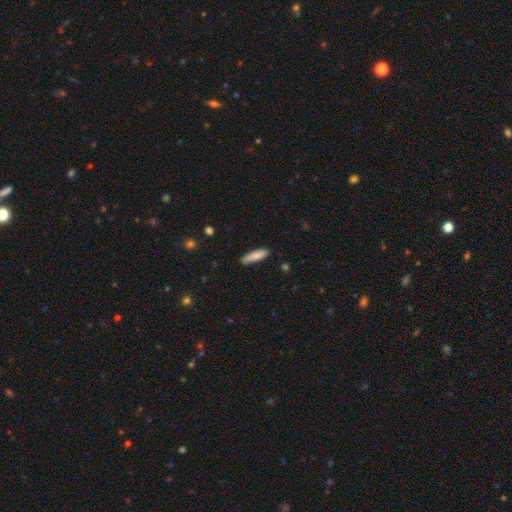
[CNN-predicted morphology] Overall: smooth (84%). How rounded: cigar-shaped (65%; in between 34%). Merging: none (86%).